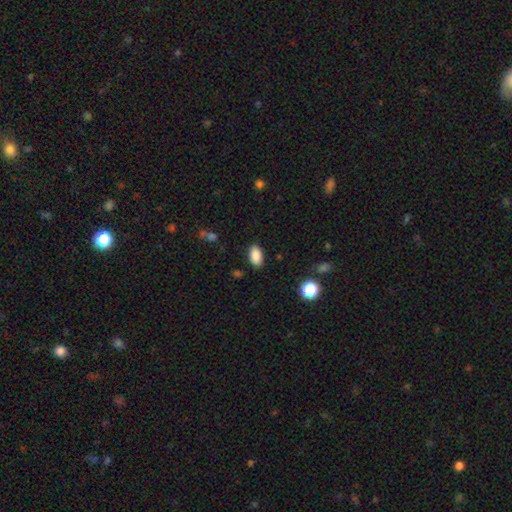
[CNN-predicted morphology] A smooth galaxy with no disk features (88%) that is in between round and cigar-shaped (92%). Merging: none (87%).